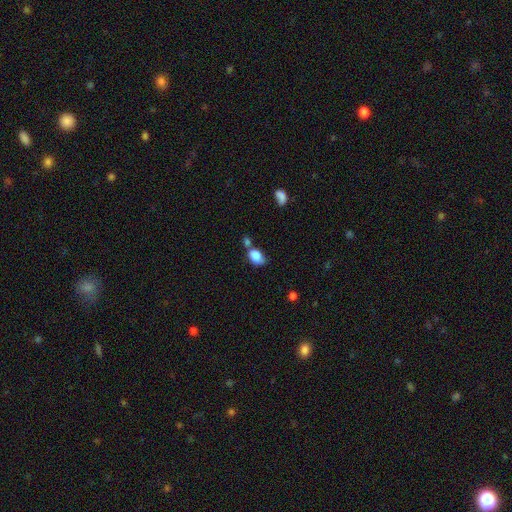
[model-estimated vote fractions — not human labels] This is clearly a smooth galaxy (84%). How rounded: likely in between (80%). Merging: marginally none (40%).